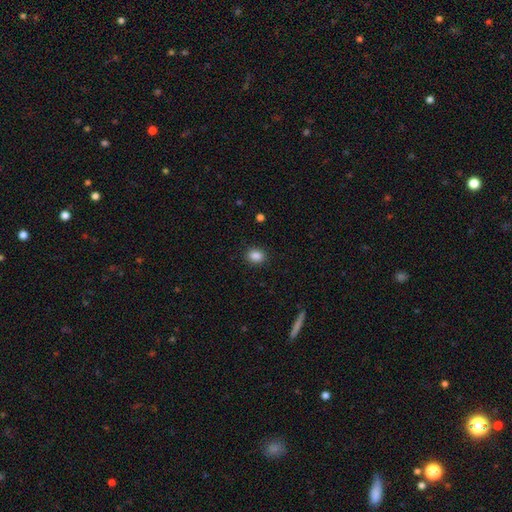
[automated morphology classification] Overall: smooth (87%). How rounded: round (52%; in between 47%). Merging: none (89%).